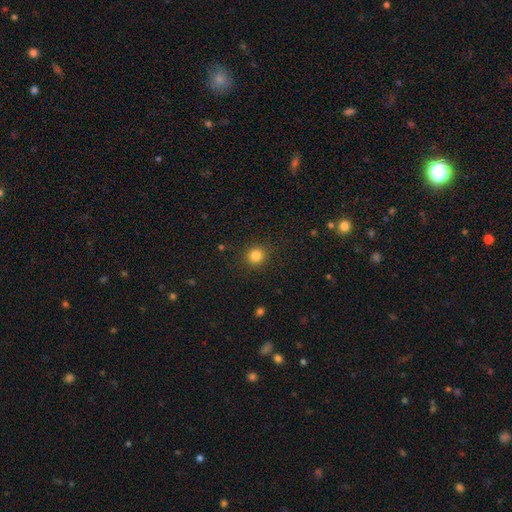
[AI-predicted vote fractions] smooth-or-featured: smooth: 83% | star or artifact: 12% | featured or disk: 5%
  how-rounded: round: 91% | in between: 8% | cigar-shaped: 1%
  merging: none: 90% | minor disturbance: 6% | major disturbance: 2% | merger: 1%